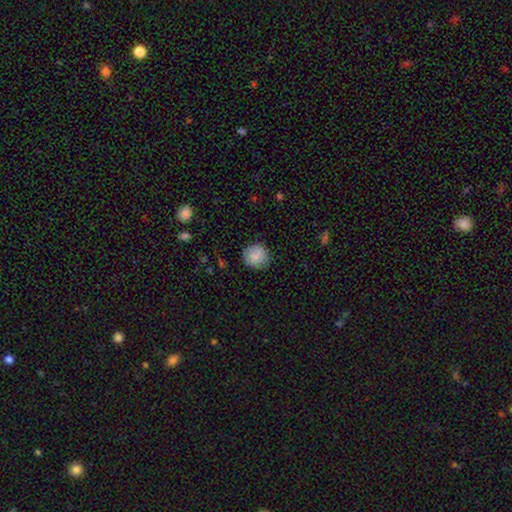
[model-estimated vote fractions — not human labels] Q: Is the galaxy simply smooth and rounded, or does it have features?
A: smooth — 86%.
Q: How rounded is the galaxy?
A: round — 91%.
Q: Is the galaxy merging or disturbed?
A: none — 86%.